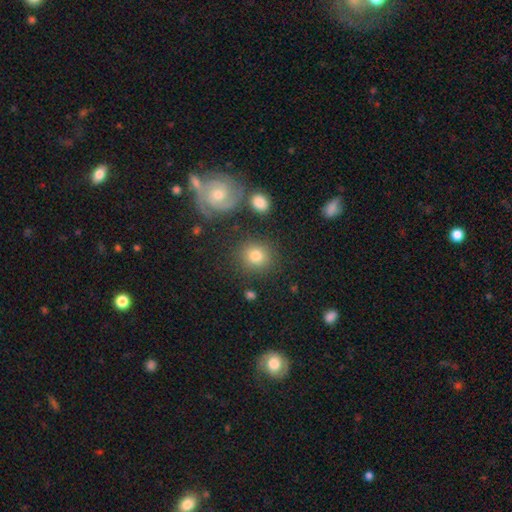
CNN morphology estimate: The model was most divided on "smooth or featured": smooth: 75%, featured or disk: 15%, star or artifact: 10%. More confident: how rounded — round (85%); merging — none (82%).